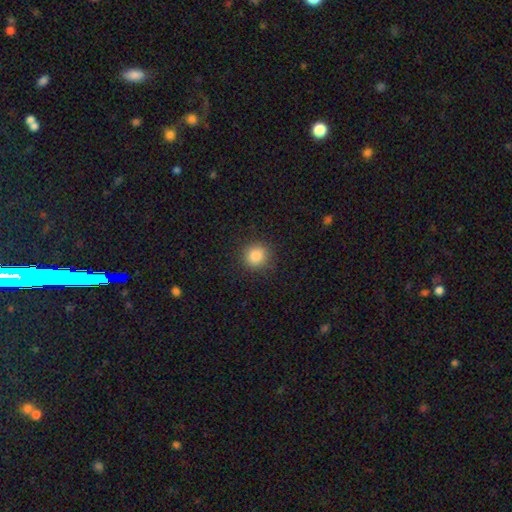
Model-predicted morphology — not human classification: The model was most divided on "smooth or featured": smooth: 86%, star or artifact: 10%, featured or disk: 4%. More confident: how rounded — round (91%); merging — none (89%).